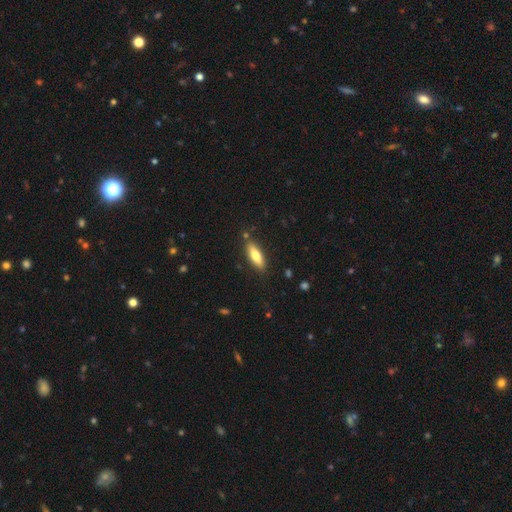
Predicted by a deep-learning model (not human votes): smooth 69%, featured or disk 25%, star or artifact 6%. Down the decision tree: how rounded — in between (50%); merging — none (85%).